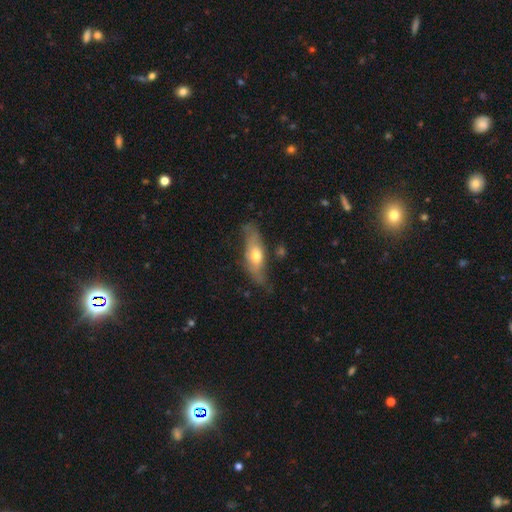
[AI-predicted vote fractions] A smooth galaxy with no disk features (53%) that is in between round and cigar-shaped (56%). Merging: none (62%).